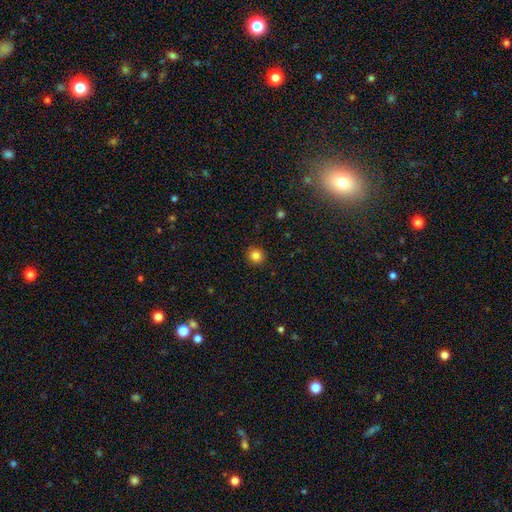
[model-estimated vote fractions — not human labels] A smooth galaxy with no disk features (83%) that is round (93%).

Vote fractions:
- Smooth or featured? smooth: 83% / star or artifact: 12% / featured or disk: 5%
- How rounded? round: 93% / in between: 6% / cigar-shaped: 1%
- Merging? none: 92% / minor disturbance: 6% / major disturbance: 2% / merger: 1%